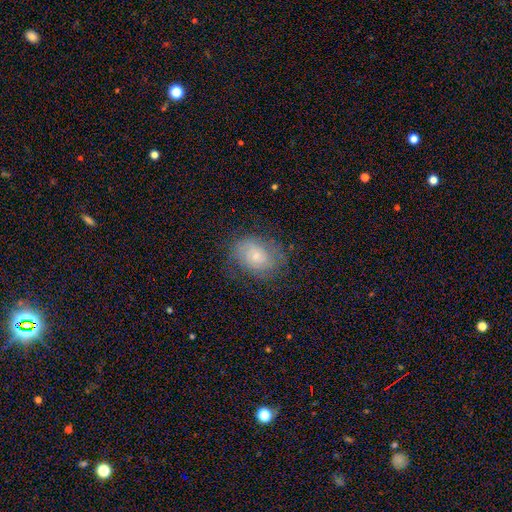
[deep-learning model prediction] This is possibly a smooth galaxy (47%). Merging: likely none (69%).